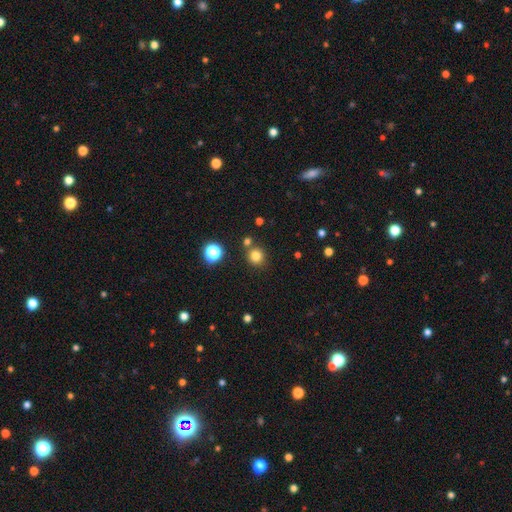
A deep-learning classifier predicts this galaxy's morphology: A smooth galaxy with no disk features (79%) that is round (91%). Merging: none (79%).